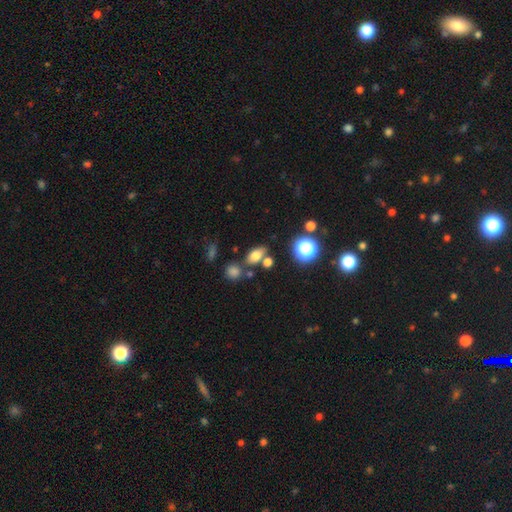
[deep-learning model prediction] Q: Smooth or featured?
A: smooth (74%); runner-up: star or artifact (15%)
Q: How rounded?
A: in between (78%); runner-up: round (17%)
Q: Merging?
A: none (67%); runner-up: merger (16%)